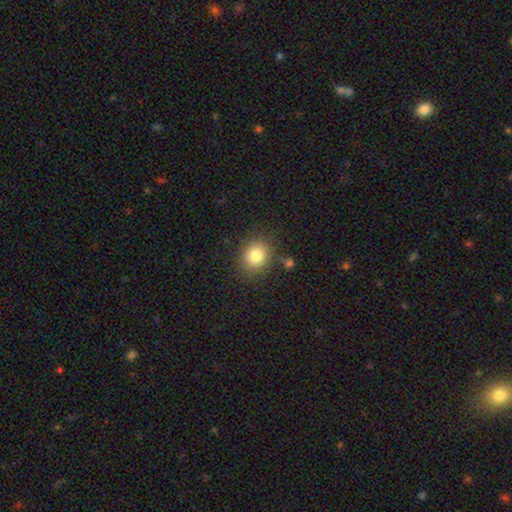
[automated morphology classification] This appears to be a smooth galaxy with no disk features (83%) that is round (71%). Merging: none (81%).